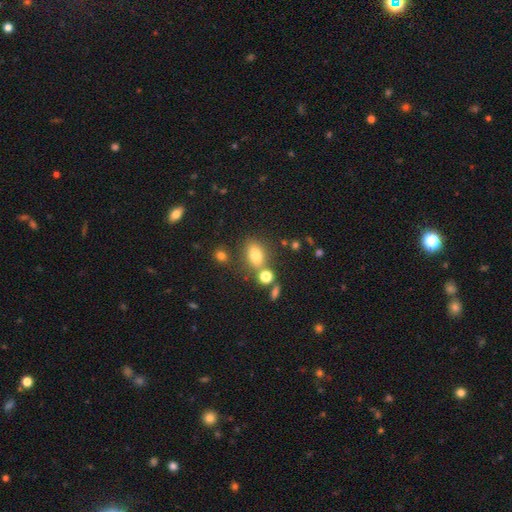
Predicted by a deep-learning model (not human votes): Q: Smooth or featured?
A: smooth (76%); runner-up: star or artifact (14%)
Q: How rounded?
A: in between (72%); runner-up: round (26%)
Q: Merging?
A: none (65%); runner-up: merger (16%)